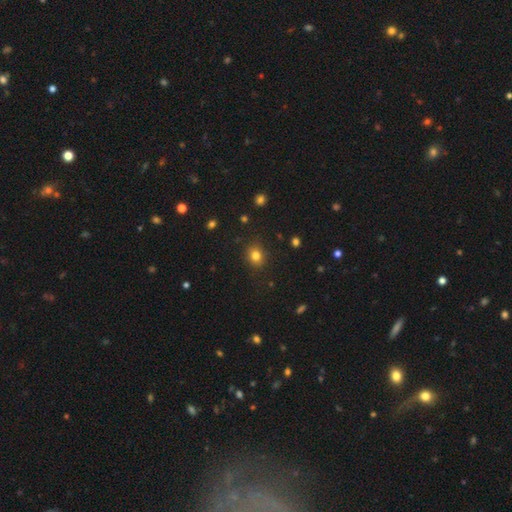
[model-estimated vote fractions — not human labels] Smooth or featured? smooth (81%)
How rounded? round (69%)
Merging? none (87%)